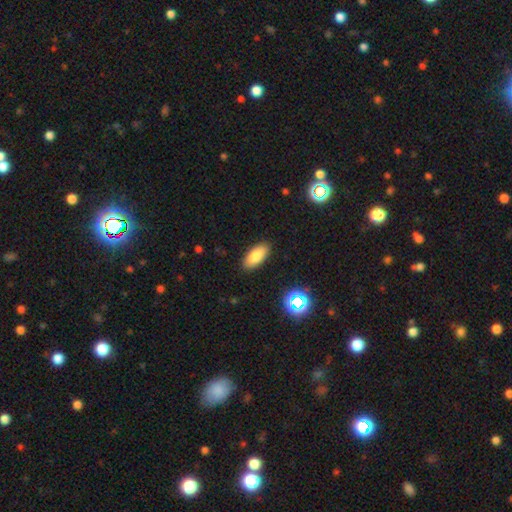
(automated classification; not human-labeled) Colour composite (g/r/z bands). It shows a smooth galaxy with no disk features (81%) that is in between round and cigar-shaped (89%). Merging: none (88%).